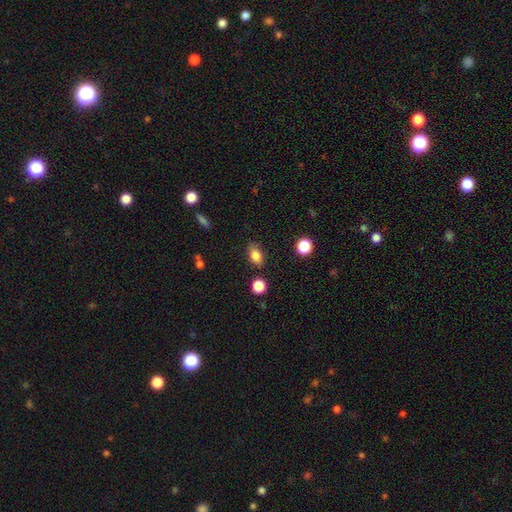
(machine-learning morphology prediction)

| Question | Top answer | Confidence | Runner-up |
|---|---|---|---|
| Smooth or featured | smooth | 84% | star or artifact (10%) |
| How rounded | in between | 81% | round (16%) |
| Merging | none | 78% | minor disturbance (15%) |